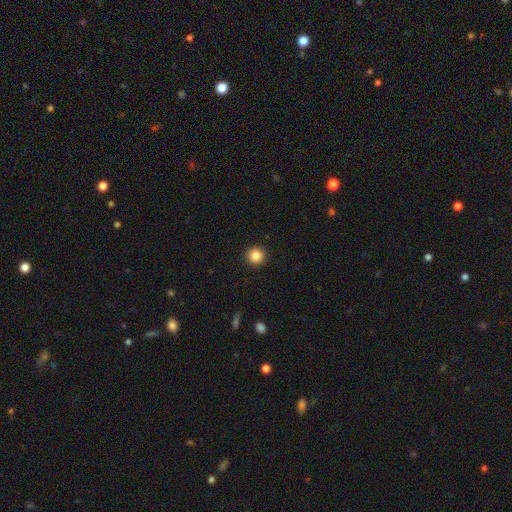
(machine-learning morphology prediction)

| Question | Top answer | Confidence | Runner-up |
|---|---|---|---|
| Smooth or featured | smooth | 86% | star or artifact (10%) |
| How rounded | round | 96% | in between (3%) |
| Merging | none | 93% | minor disturbance (4%) |